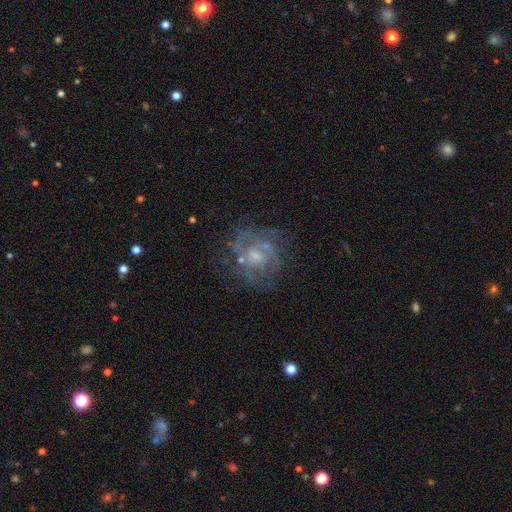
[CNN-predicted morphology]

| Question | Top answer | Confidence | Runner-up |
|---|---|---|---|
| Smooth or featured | featured or disk | 73% | smooth (17%) |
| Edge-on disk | no | 98% | yes (2%) |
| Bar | no | 62% | weak (33%) |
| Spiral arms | yes | 66% | no (34%) |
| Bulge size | small | 53% | moderate (33%) |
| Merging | none | 61% | minor disturbance (18%) |